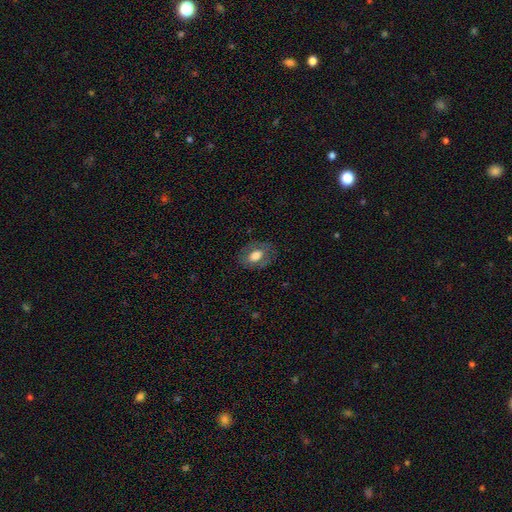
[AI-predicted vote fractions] Smooth or featured? smooth (63%)
How rounded? in between (83%)
Merging? none (76%)